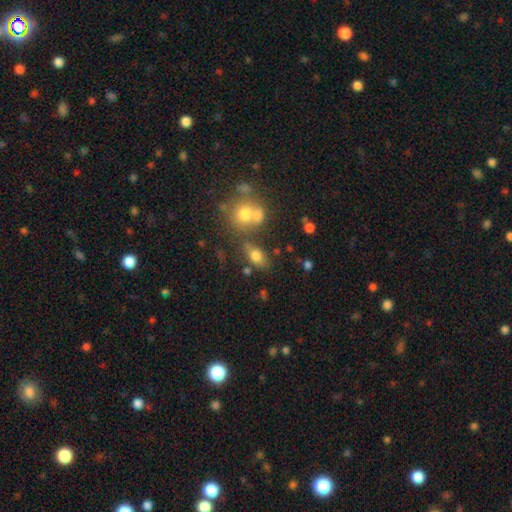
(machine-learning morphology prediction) Smooth or featured?
  - smooth: 75% *
  - featured or disk: 14%
  - star or artifact: 12%
How rounded?
  - in between: 80% *
  - round: 14%
  - cigar-shaped: 5%
Merging?
  - none: 62% *
  - merger: 17%
  - minor disturbance: 15%
  - major disturbance: 6%